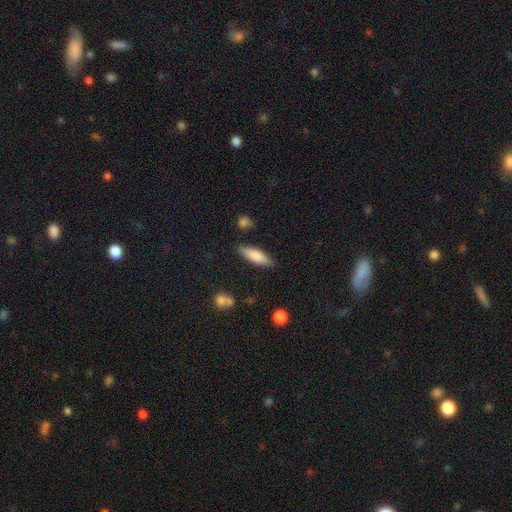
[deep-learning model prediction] The model was most divided on "how rounded" (2-way tie): cigar-shaped: 49%, in between: 49%, round: 2%. More confident: merging — none (81%); smooth or featured — smooth (77%).